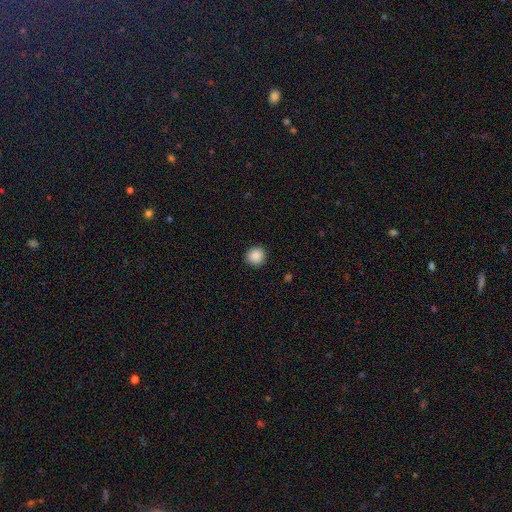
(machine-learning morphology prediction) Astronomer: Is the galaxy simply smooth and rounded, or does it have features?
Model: smooth — 88%.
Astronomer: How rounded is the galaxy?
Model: round — 92%.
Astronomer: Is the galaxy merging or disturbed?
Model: none — 91%.